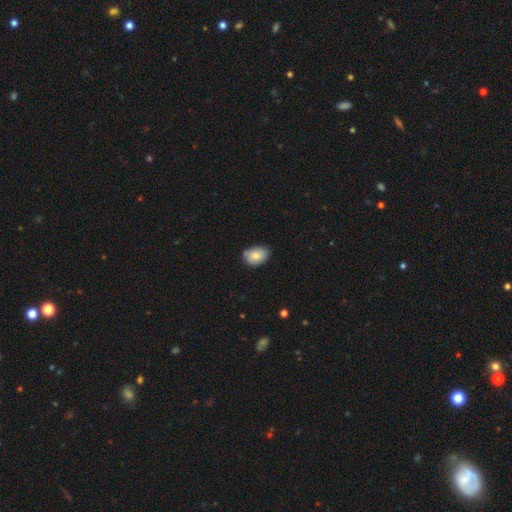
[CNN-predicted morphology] Smooth or featured?
  - smooth: 79% *
  - featured or disk: 14%
  - star or artifact: 7%
How rounded?
  - in between: 80% *
  - round: 19%
  - cigar-shaped: 1%
Merging?
  - none: 73% *
  - minor disturbance: 22%
  - major disturbance: 3%
  - merger: 2%